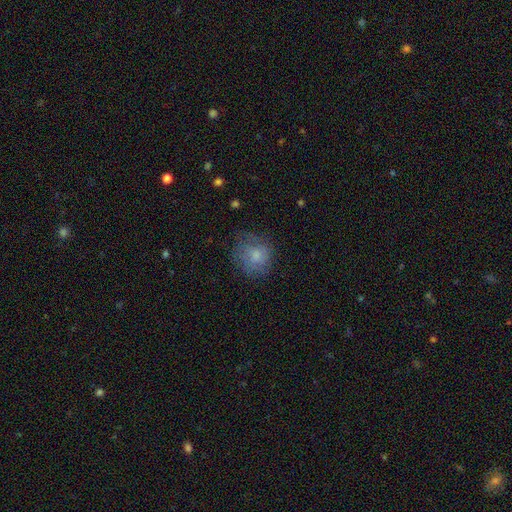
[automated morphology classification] This is likely a smooth galaxy (71%). How rounded: likely round (79%). Merging: likely none (62%).